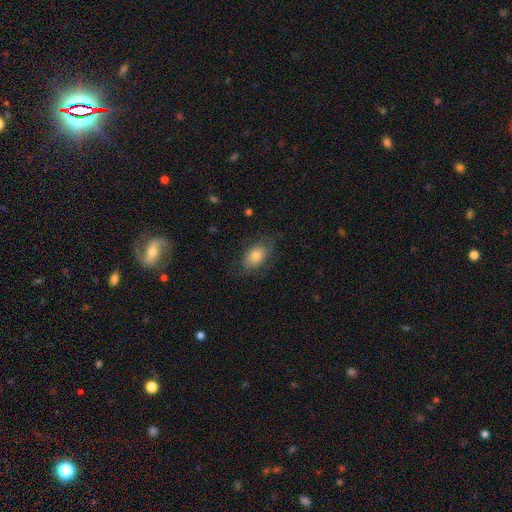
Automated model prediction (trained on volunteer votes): smooth_or_featured: smooth (p=0.76) [alt: featured or disk p=0.16]
how_rounded: in between (p=0.87) [alt: round p=0.11]
merging: none (p=0.74) [alt: minor disturbance p=0.18]